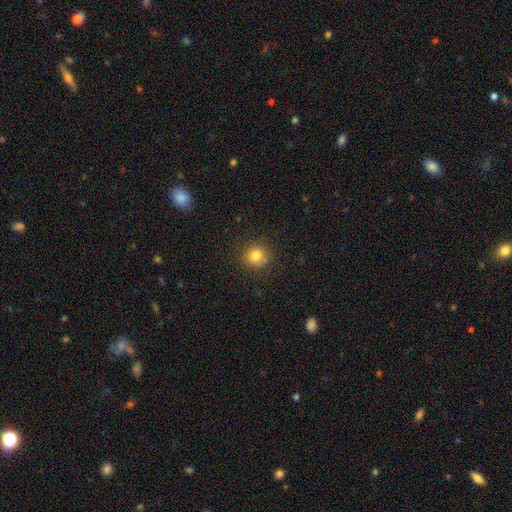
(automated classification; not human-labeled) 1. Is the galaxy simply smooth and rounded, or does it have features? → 81% smooth, 12% star or artifact, 7% featured or disk.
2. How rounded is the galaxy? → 91% round, 8% in between, 1% cigar-shaped.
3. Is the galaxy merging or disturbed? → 84% none, 10% minor disturbance, 4% merger, 3% major disturbance.